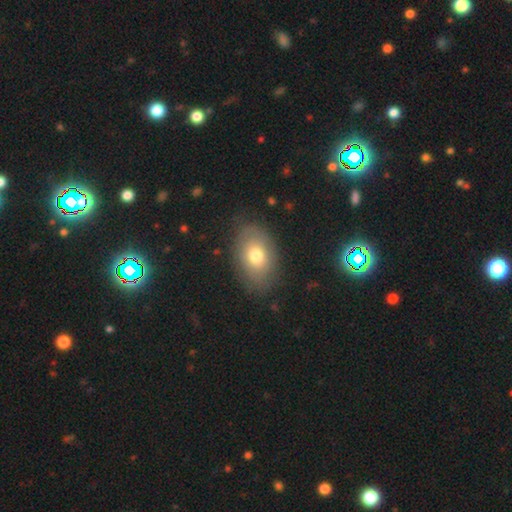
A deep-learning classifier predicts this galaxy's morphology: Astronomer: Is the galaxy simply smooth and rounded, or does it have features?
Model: smooth — 70%.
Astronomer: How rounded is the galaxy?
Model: in between — 84%.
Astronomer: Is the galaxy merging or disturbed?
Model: none — 80%.